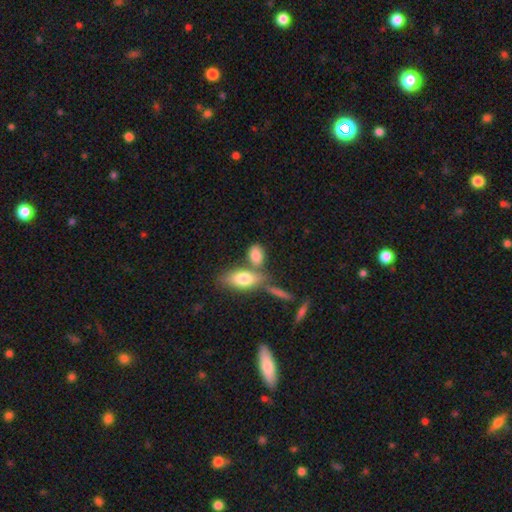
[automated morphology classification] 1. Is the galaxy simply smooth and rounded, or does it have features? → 80% smooth, 13% featured or disk, 8% star or artifact.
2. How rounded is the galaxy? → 81% in between, 11% round, 8% cigar-shaped.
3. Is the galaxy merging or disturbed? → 50% none, 34% merger, 12% minor disturbance, 5% major disturbance.